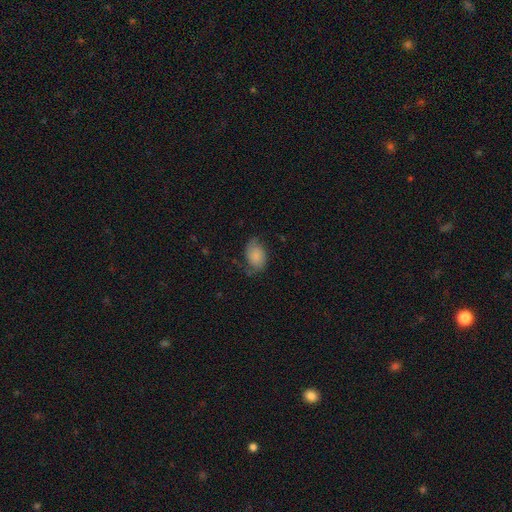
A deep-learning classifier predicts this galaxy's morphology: Smooth or featured: smooth — 59% (featured or disk — 32%)
How rounded: in between — 81% (round — 17%)
Merging: none — 58% (minor disturbance — 27%)